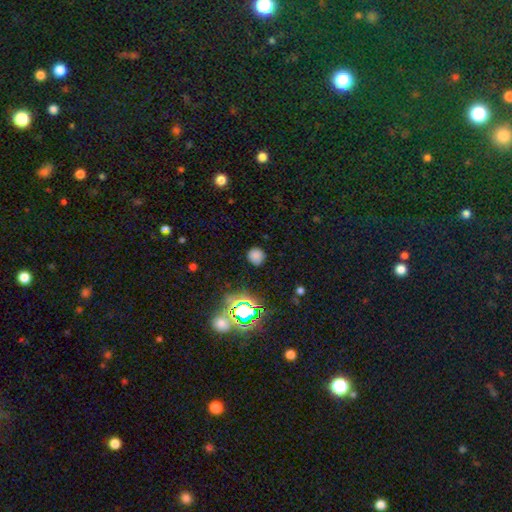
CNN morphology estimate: Q: Smooth or featured?
A: smooth (73%); runner-up: star or artifact (21%)
Q: How rounded?
A: round (89%); runner-up: in between (10%)
Q: Merging?
A: none (85%); runner-up: minor disturbance (10%)